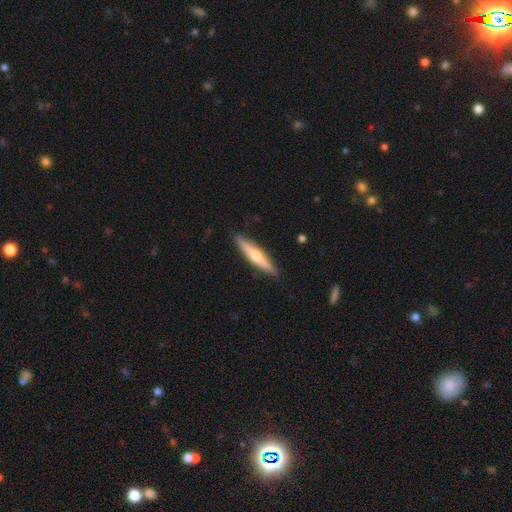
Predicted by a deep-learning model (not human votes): smooth-or-featured: featured or disk: 58% | smooth: 37% | star or artifact: 5%
  disk-edge-on: yes: 96% | no: 4%
    edge-on-bulge: rounded: 88% | none: 9% | boxy: 3%
  merging: none: 90% | minor disturbance: 7% | major disturbance: 1% | merger: 1%